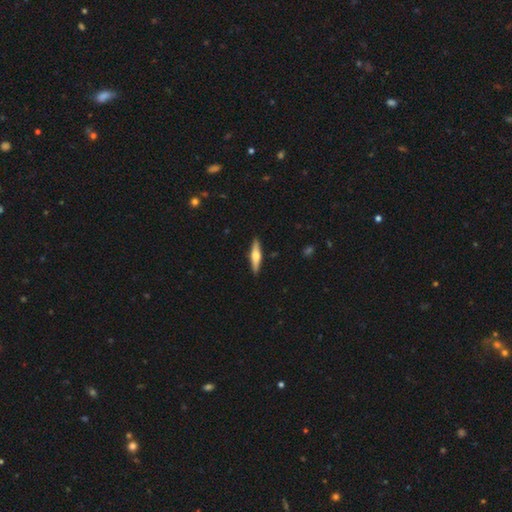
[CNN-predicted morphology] Smooth or featured? featured or disk (53%)
Edge-on disk? yes (95%)
Edge-on bulge? rounded (91%)
Merging? none (90%)